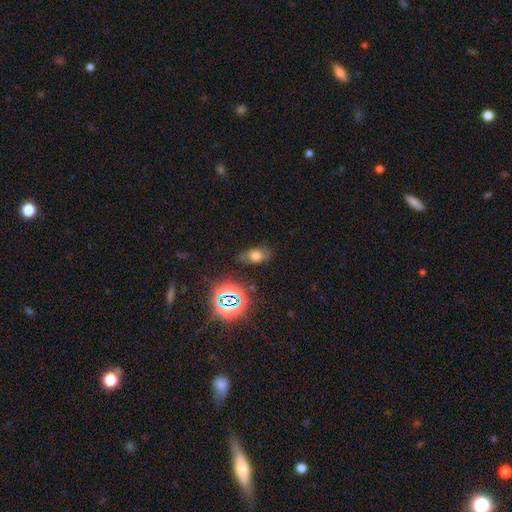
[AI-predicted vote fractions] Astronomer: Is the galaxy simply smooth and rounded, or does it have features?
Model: smooth — 61%.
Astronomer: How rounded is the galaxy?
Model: in between — 83%.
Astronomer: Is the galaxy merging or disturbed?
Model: none — 71%.